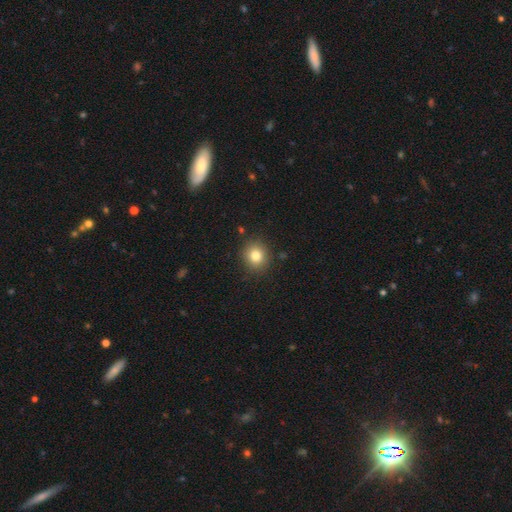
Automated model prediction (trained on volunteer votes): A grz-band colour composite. It shows a smooth galaxy with no disk features (81%) that is round (81%). Merging: none (88%).